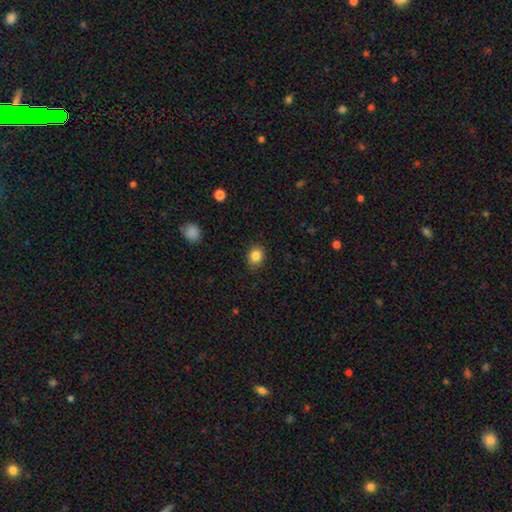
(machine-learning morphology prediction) type=smooth (85%); roundness=round (64%); merging=none (88%).